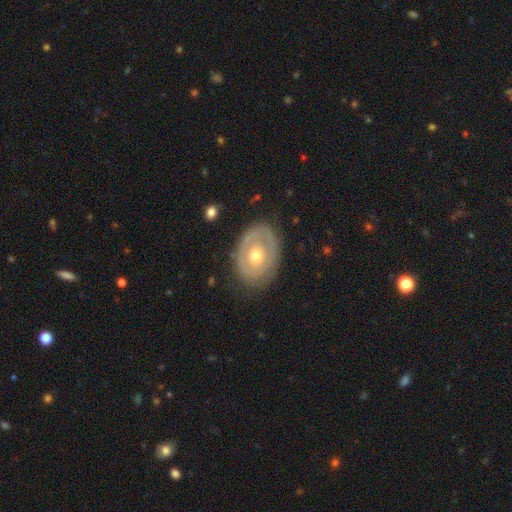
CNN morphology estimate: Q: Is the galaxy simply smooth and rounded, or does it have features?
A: featured or disk — 63%.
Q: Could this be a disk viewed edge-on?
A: no — 94%.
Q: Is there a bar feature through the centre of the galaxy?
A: no — 86%.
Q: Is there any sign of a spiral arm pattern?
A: no — 66%.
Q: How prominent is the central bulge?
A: moderate — 68%.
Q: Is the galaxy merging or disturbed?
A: none — 78%.